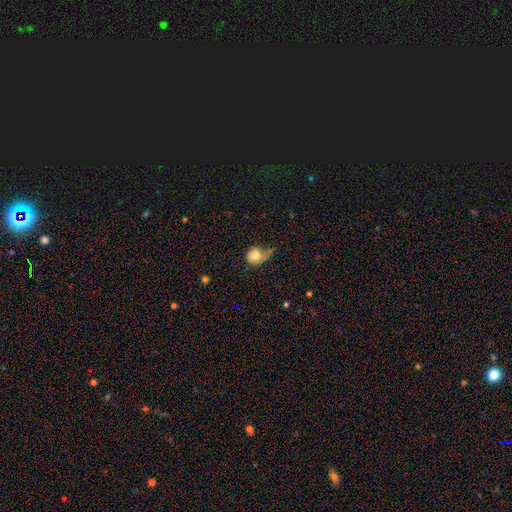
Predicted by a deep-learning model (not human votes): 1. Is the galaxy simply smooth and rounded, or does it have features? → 71% smooth, 20% featured or disk, 9% star or artifact.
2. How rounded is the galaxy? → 75% round, 24% in between, 1% cigar-shaped.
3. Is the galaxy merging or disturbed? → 38% none, 34% minor disturbance, 20% major disturbance, 8% merger.